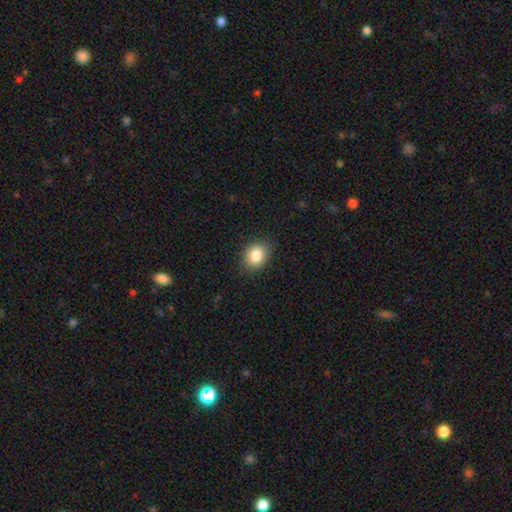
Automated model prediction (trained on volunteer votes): Overall: smooth (85%). How rounded: round (51%; in between 49%). Merging: none (85%).